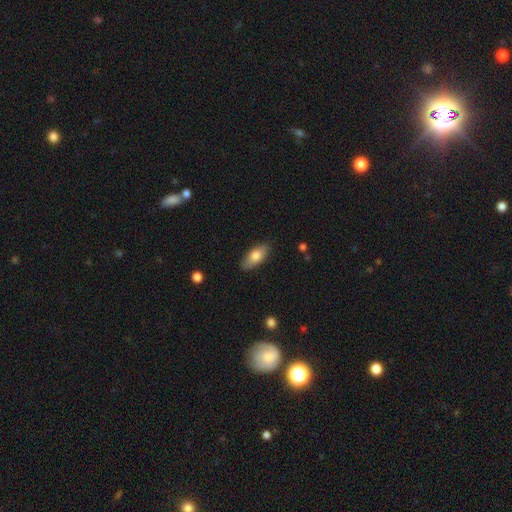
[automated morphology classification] Smooth or featured? smooth (76%)
How rounded? in between (83%)
Merging? none (87%)